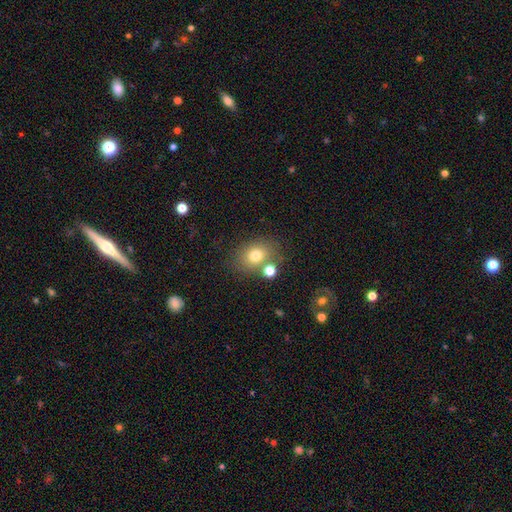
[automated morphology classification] Smooth or featured? Predicted: smooth (p=0.75). How rounded? Predicted: in between (p=0.56). Merging? Predicted: none (p=0.66).